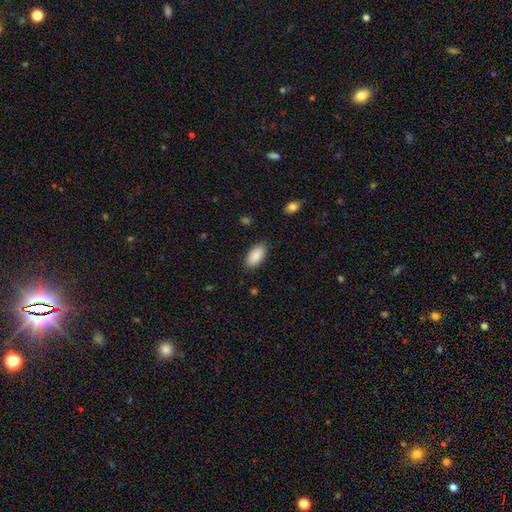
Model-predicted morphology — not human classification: The model was most divided on "merging": none: 87%, minor disturbance: 10%, major disturbance: 2%, merger: 1%. More confident: how rounded — in between (94%); smooth or featured — smooth (90%).